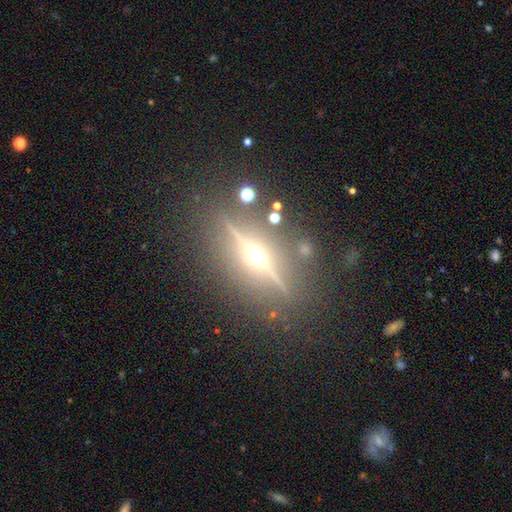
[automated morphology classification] A featured or disk galaxy (82%) viewed edge-on (96%) with a rounded central bulge (96%).

Vote fractions:
- Smooth or featured? featured or disk: 82% / star or artifact: 9% / smooth: 8%
- Edge-on disk? yes: 96% / no: 4%
- Edge-on bulge? rounded: 96% / none: 2% / boxy: 2%
- Merging? none: 87% / minor disturbance: 8% / major disturbance: 3% / merger: 2%